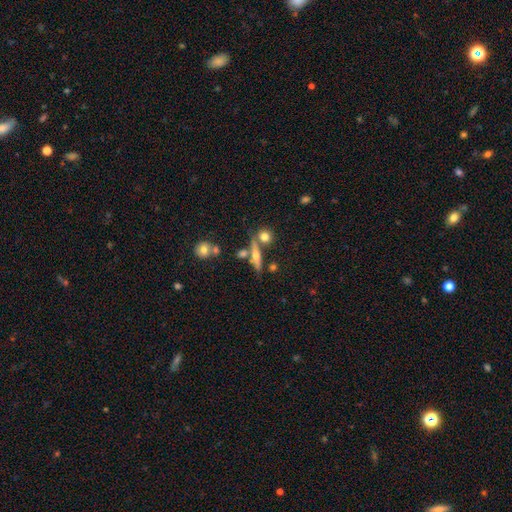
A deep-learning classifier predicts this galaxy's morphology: A featured or disk galaxy (57%) viewed edge-on (91%) with a rounded central bulge (89%).

Vote fractions:
- Smooth or featured? featured or disk: 57% / smooth: 34% / star or artifact: 9%
- Edge-on disk? yes: 91% / no: 9%
- Edge-on bulge? rounded: 89% / none: 6% / boxy: 4%
- Merging? none: 67% / merger: 17% / minor disturbance: 12% / major disturbance: 4%